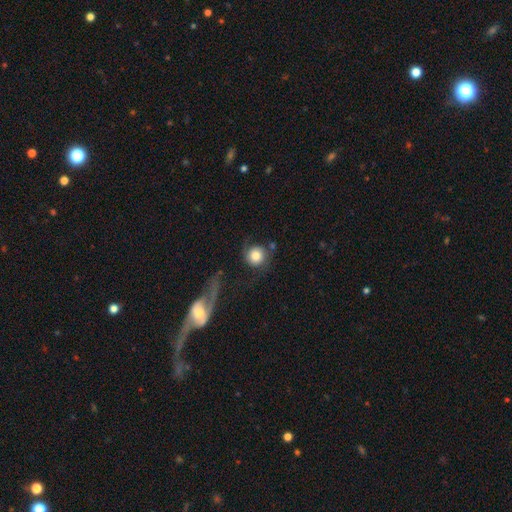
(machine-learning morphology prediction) The model was most divided on "merging": none: 54%, major disturbance: 18%, minor disturbance: 18%, merger: 9%. More confident: how rounded — round (90%); smooth or featured — smooth (67%).